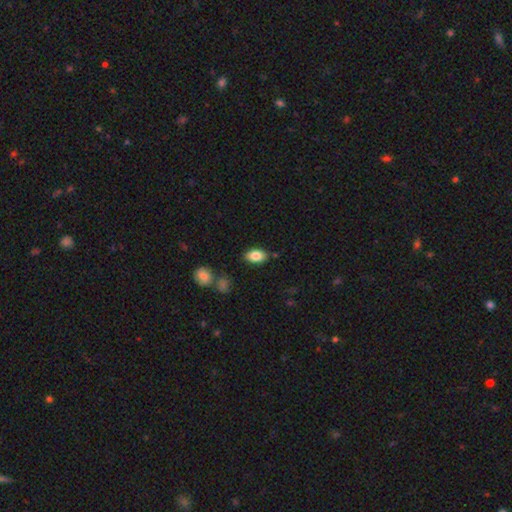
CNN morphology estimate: Q: Smooth or featured?
A: smooth (85%); runner-up: star or artifact (8%)
Q: How rounded?
A: in between (88%); runner-up: round (10%)
Q: Merging?
A: none (83%); runner-up: minor disturbance (11%)